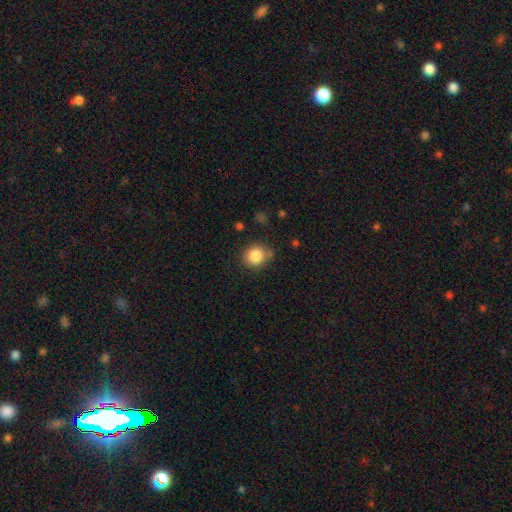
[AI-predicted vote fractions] Smooth or featured? Predicted: smooth (p=0.85). How rounded? Predicted: round (p=0.81). Merging? Predicted: none (p=0.74).